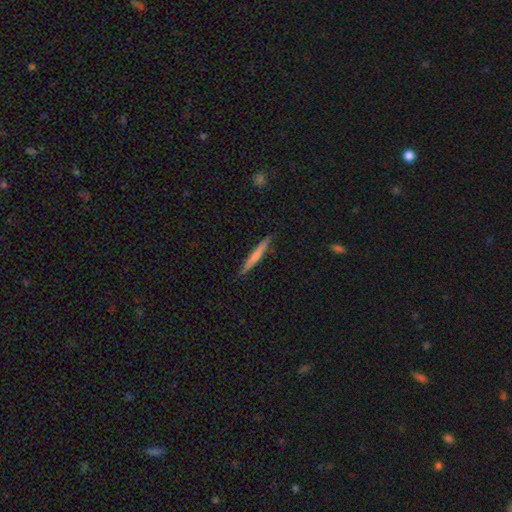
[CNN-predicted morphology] smooth_or_featured: smooth (p=0.64) [alt: featured or disk p=0.30]
how_rounded: cigar-shaped (p=0.96) [alt: in between p=0.03]
merging: none (p=0.89) [alt: minor disturbance p=0.08]